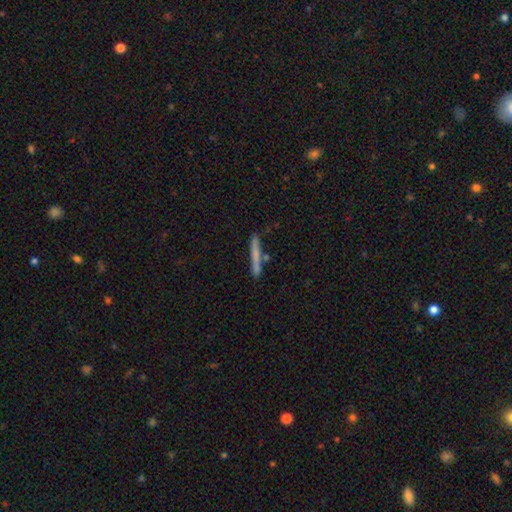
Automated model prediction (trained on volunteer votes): Smooth or featured: smooth — 64% (featured or disk — 29%)
How rounded: cigar-shaped — 96% (in between — 3%)
Merging: none — 79% (minor disturbance — 11%)